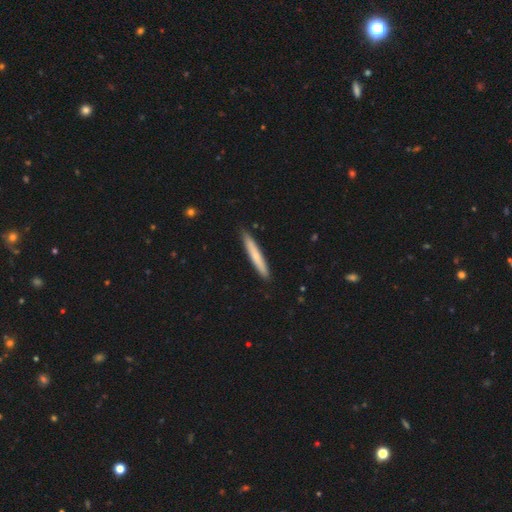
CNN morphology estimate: Smooth or featured: smooth — 69% (featured or disk — 26%)
How rounded: cigar-shaped — 96% (in between — 3%)
Merging: none — 90% (minor disturbance — 8%)